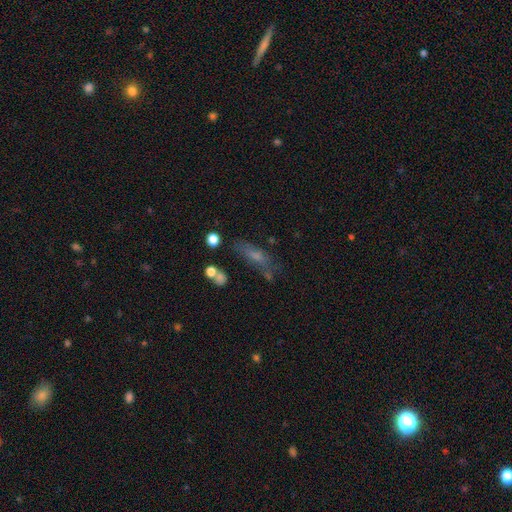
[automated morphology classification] This is possibly a smooth galaxy (54%). How rounded: possibly cigar-shaped (50%). Merging: possibly none (58%).